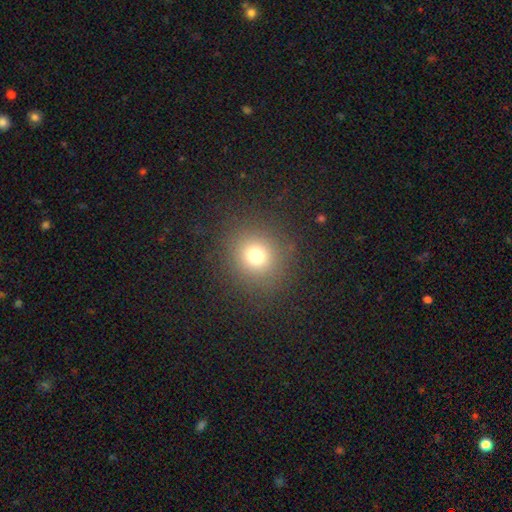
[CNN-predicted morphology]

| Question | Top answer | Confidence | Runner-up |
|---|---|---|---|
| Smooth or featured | smooth | 73% | star or artifact (18%) |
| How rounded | round | 90% | in between (9%) |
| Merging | none | 86% | minor disturbance (7%) |